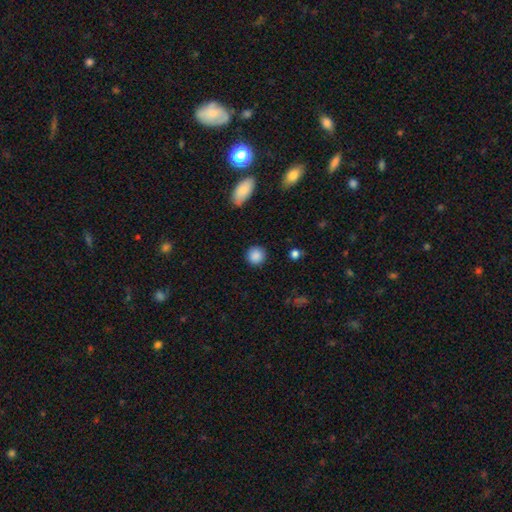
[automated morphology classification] This appears to be a smooth galaxy with no disk features (88%) that is round (93%). Merging: none (90%).